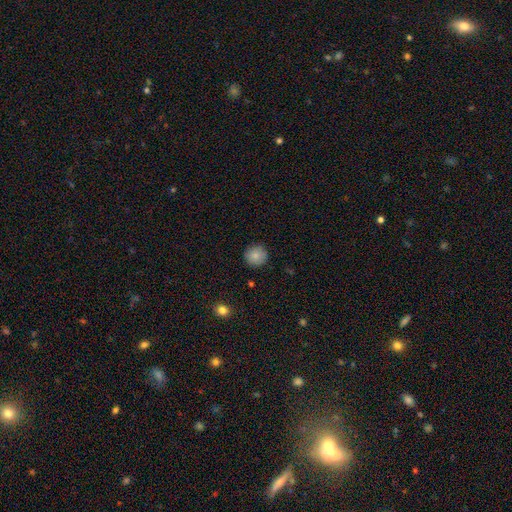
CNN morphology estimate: Overall: smooth (86%). How rounded: round (94%). Merging: none (90%).